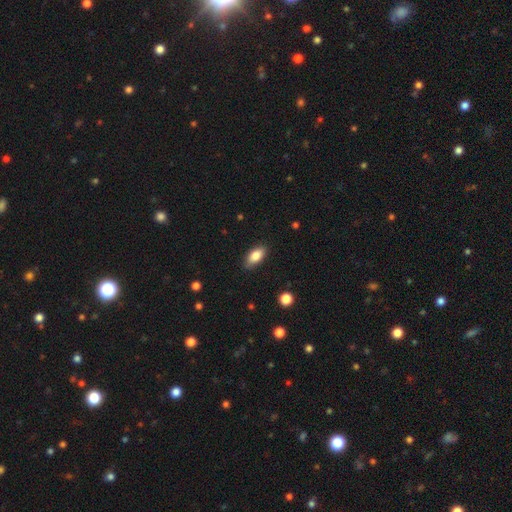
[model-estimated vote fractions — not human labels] Overall: smooth (83%). How rounded: in between (89%). Merging: none (84%).